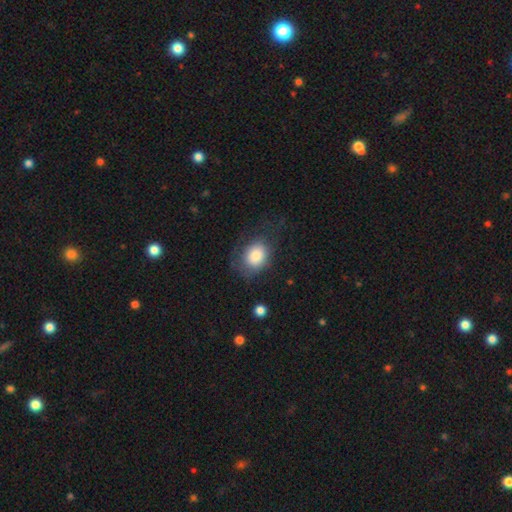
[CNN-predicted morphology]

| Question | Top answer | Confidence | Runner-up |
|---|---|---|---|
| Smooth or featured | smooth | 80% | featured or disk (12%) |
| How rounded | in between | 56% | round (43%) |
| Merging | none | 57% | minor disturbance (23%) |